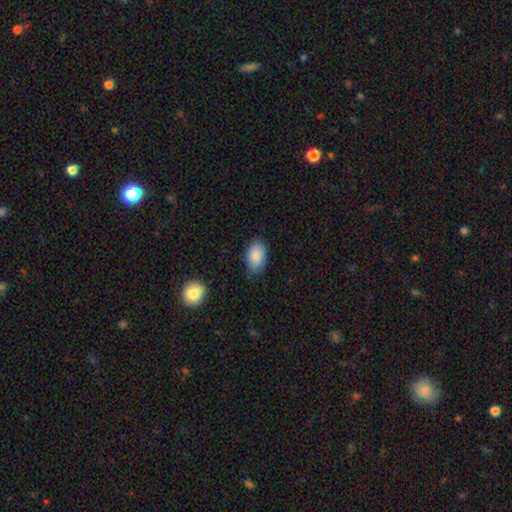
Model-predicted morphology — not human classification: A smooth galaxy with no disk features (88%) that is in between round and cigar-shaped (92%). Merging: none (78%).